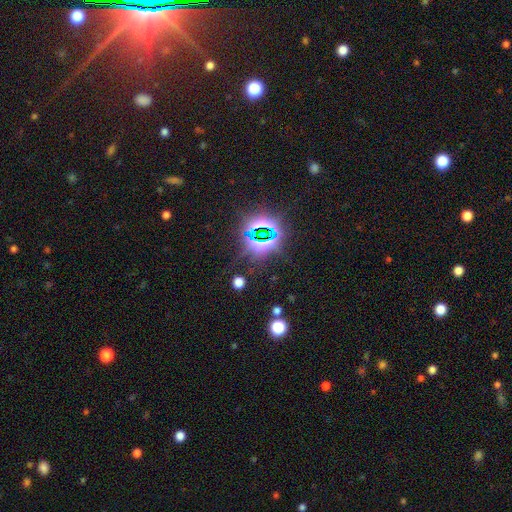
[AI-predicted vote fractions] A star or artifact, not a galaxy (74%).